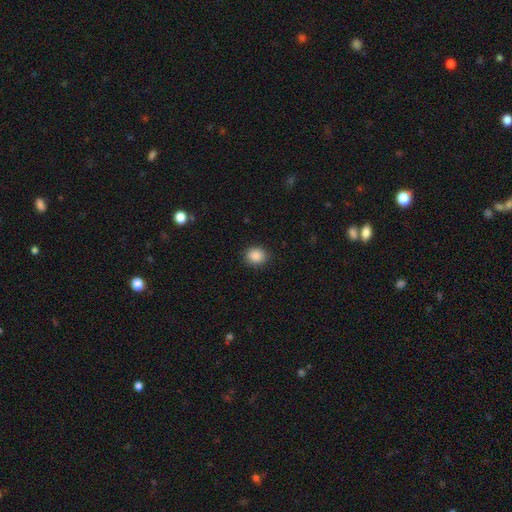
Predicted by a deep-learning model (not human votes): Smooth or featured? smooth (88%)
How rounded? round (71%)
Merging? none (89%)